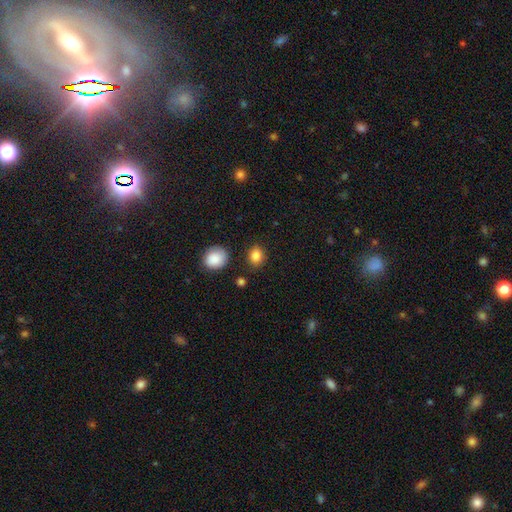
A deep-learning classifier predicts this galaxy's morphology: smooth_or_featured: smooth (p=0.86) [alt: star or artifact p=0.10]
how_rounded: round (p=0.61) [alt: in between p=0.38]
merging: none (p=0.83) [alt: minor disturbance p=0.11]